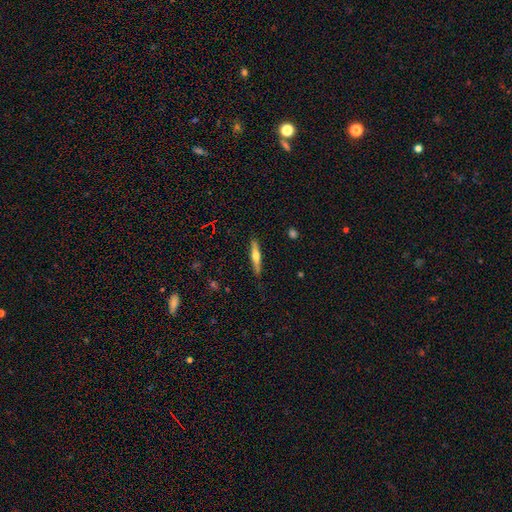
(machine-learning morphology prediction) smooth_or_featured: featured or disk (p=0.52) [alt: smooth p=0.42]
disk_edge_on: yes (p=0.95) [alt: no p=0.05]
merging: none (p=0.87) [alt: minor disturbance p=0.10]